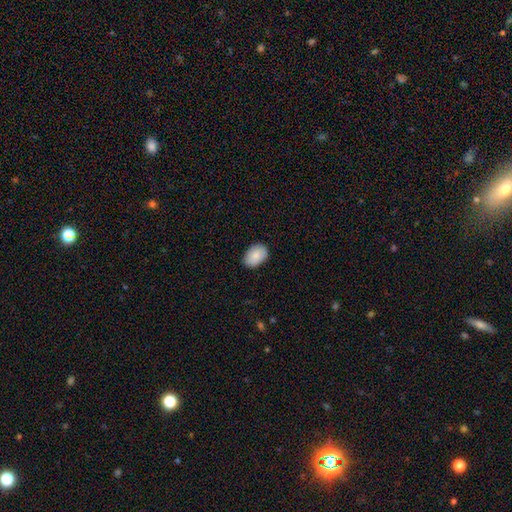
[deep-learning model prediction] The model was most divided on "merging": none: 85%, minor disturbance: 12%, major disturbance: 2%, merger: 1%. More confident: how rounded — in between (88%); smooth or featured — smooth (86%).